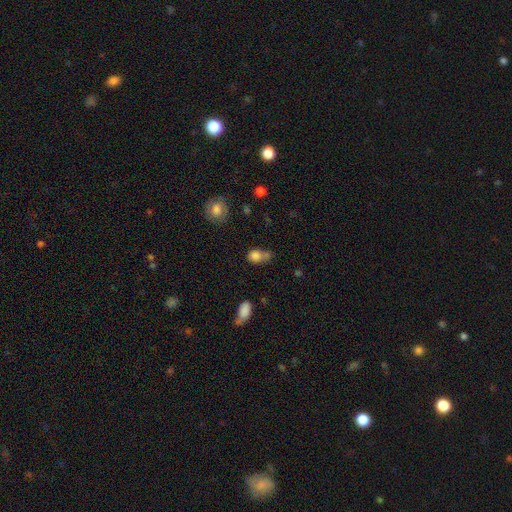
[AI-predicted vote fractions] The model was most divided on "merging": merger: 37%, none: 35%, minor disturbance: 18%, major disturbance: 10%. More confident: smooth or featured — smooth (79%); how rounded — in between (50%).